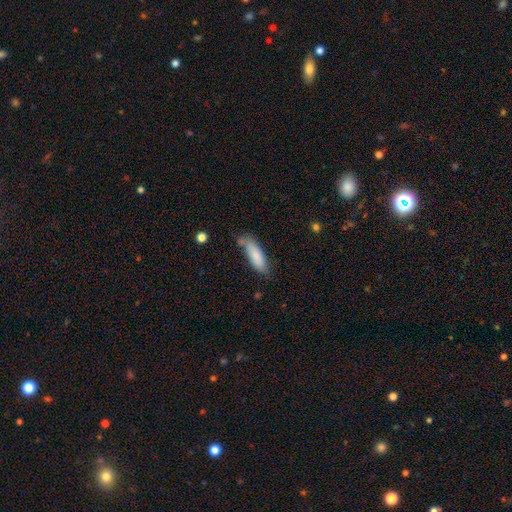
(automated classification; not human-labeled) A smooth galaxy with no disk features (82%) that is in between round and cigar-shaped (51%).

Vote fractions:
- Smooth or featured? smooth: 82% / featured or disk: 12% / star or artifact: 6%
- How rounded? in between: 51% / cigar-shaped: 47% / round: 1%
- Merging? none: 62% / minor disturbance: 26% / merger: 7% / major disturbance: 6%